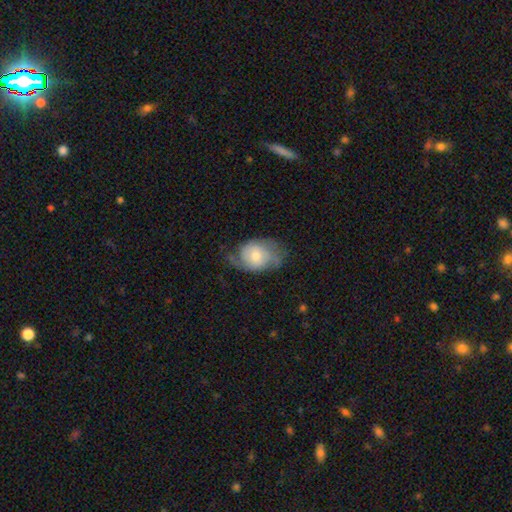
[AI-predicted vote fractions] The model was most divided on "smooth or featured": featured or disk: 52%, smooth: 41%, star or artifact: 7%. Remaining: edge-on disk — no (96%); spiral arms — yes (79%); bar — no (71%); bulge size — moderate (53%); merging — none (48%).